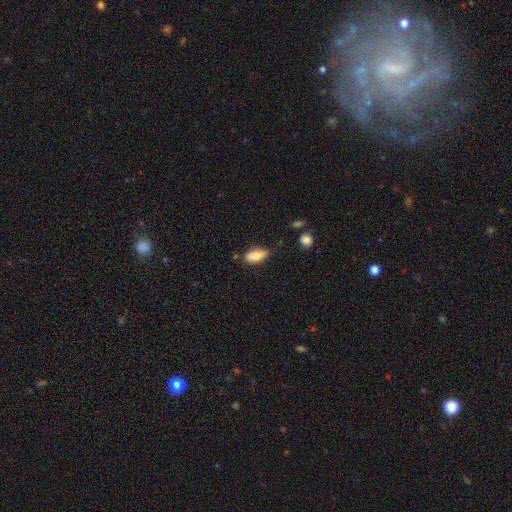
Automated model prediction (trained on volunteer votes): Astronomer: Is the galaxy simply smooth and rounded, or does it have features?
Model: smooth — 80%.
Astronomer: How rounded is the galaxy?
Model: in between — 84%.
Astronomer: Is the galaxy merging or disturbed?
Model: none — 73%.